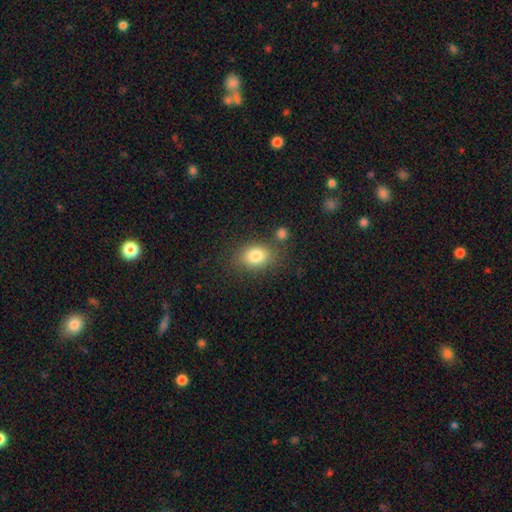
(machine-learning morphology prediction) type=smooth (82%); roundness=in between (67%); merging=none (73%).